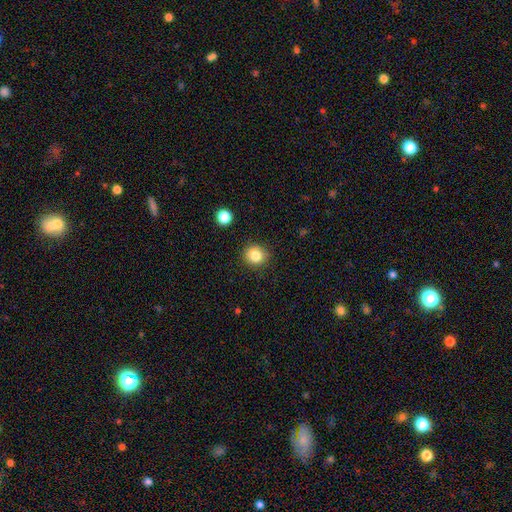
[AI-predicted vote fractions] Q: Smooth or featured?
A: smooth (82%); runner-up: star or artifact (11%)
Q: How rounded?
A: round (88%); runner-up: in between (11%)
Q: Merging?
A: none (88%); runner-up: minor disturbance (8%)